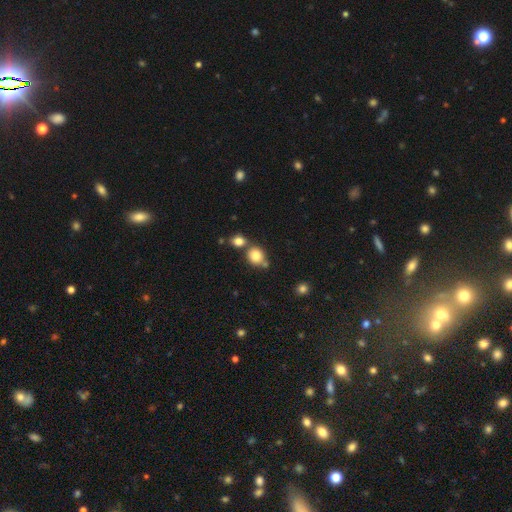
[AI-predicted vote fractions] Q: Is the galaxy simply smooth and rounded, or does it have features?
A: smooth — 82%.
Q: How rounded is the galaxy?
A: round — 71%.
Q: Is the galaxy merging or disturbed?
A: none — 55%.